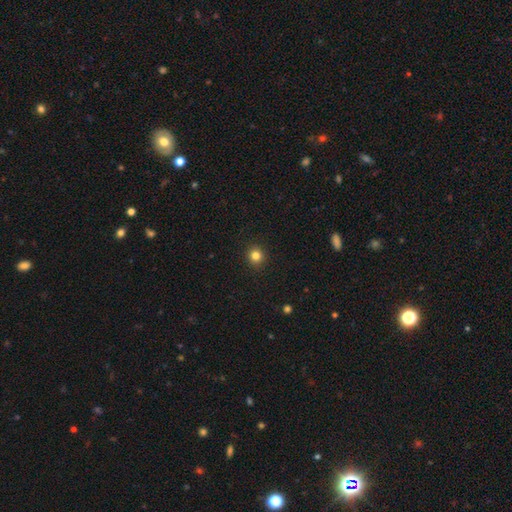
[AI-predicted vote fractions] Smooth or featured? smooth (82%)
How rounded? round (93%)
Merging? none (92%)